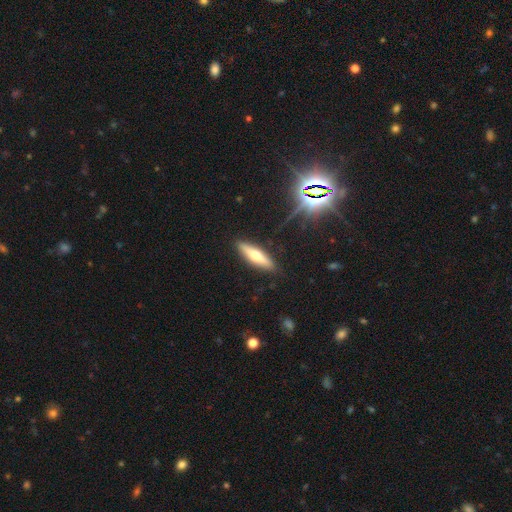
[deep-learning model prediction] A smooth galaxy with no disk features (49%).

Vote fractions:
- Smooth or featured? smooth: 49% / featured or disk: 44% / star or artifact: 7%
- Merging? none: 87% / minor disturbance: 9% / major disturbance: 2% / merger: 2%